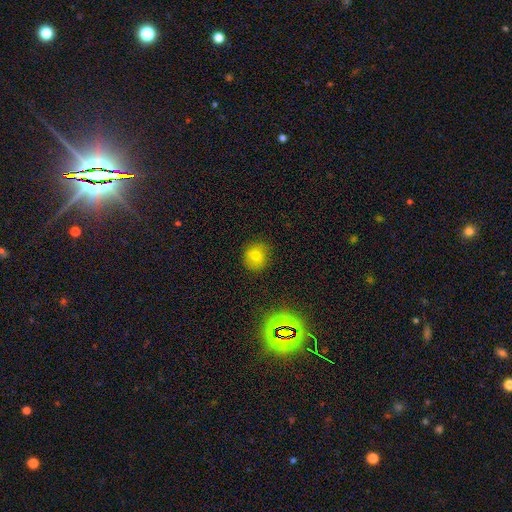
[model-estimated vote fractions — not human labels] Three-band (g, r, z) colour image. It shows a smooth galaxy with no disk features (75%) that is round (80%). Merging: none (83%).